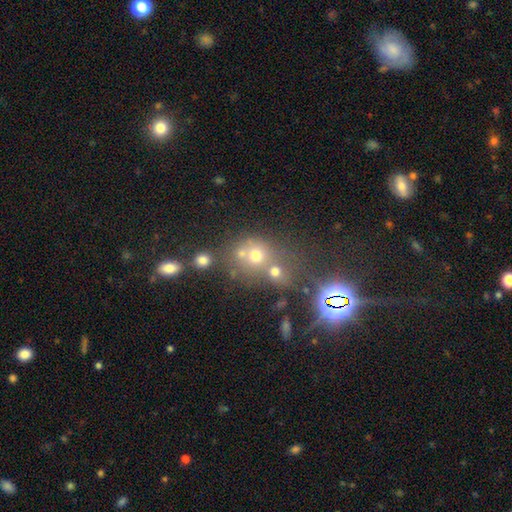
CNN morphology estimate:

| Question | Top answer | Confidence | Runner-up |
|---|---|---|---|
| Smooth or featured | smooth | 50% | star or artifact (34%) |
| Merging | none | 46% | merger (39%) |